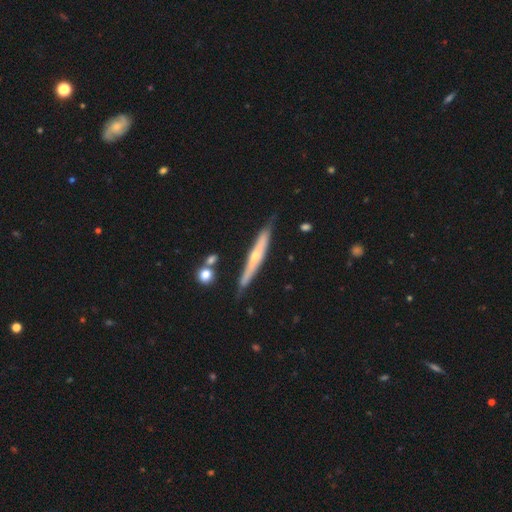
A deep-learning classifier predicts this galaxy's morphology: smooth_or_featured: featured or disk (p=0.66) [alt: smooth p=0.28]
disk_edge_on: yes (p=0.93) [alt: no p=0.07]
edge_on_bulge: rounded (p=0.77) [alt: none p=0.20]
merging: none (p=0.80) [alt: minor disturbance p=0.15]